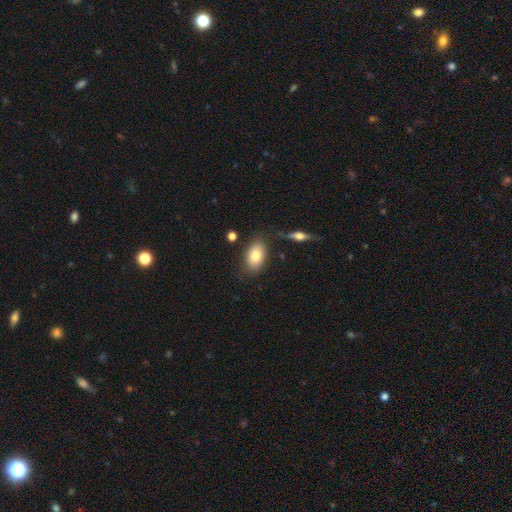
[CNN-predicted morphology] Smooth or featured?
  - smooth: 78% *
  - featured or disk: 15%
  - star or artifact: 7%
How rounded?
  - in between: 90% *
  - round: 8%
  - cigar-shaped: 2%
Merging?
  - none: 78% *
  - minor disturbance: 13%
  - merger: 5%
  - major disturbance: 4%